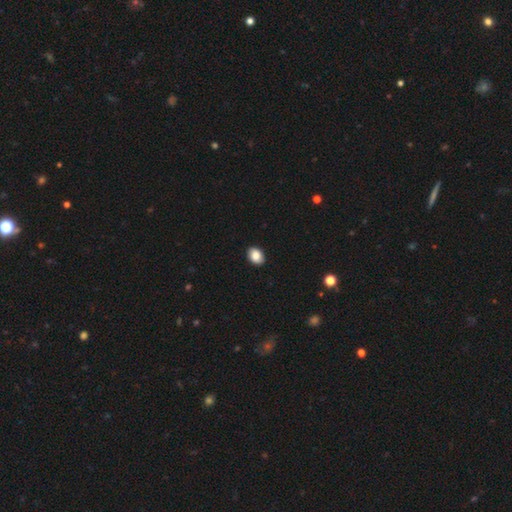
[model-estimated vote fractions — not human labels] Q: Smooth or featured?
A: smooth (85%); runner-up: star or artifact (7%)
Q: How rounded?
A: in between (75%); runner-up: round (24%)
Q: Merging?
A: none (90%); runner-up: minor disturbance (7%)